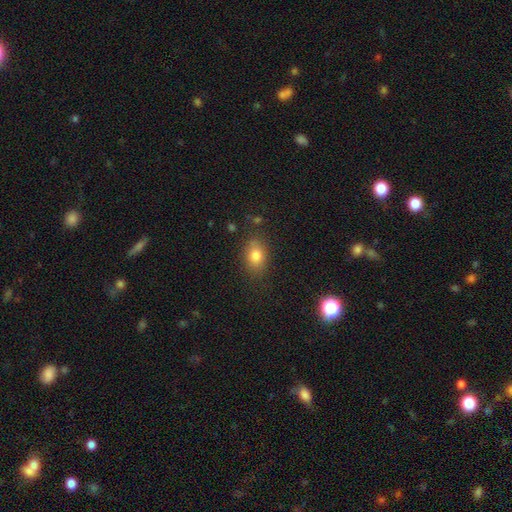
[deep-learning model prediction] This appears to be a smooth galaxy with no disk features (80%) that is in between round and cigar-shaped (75%). Merging: none (81%).